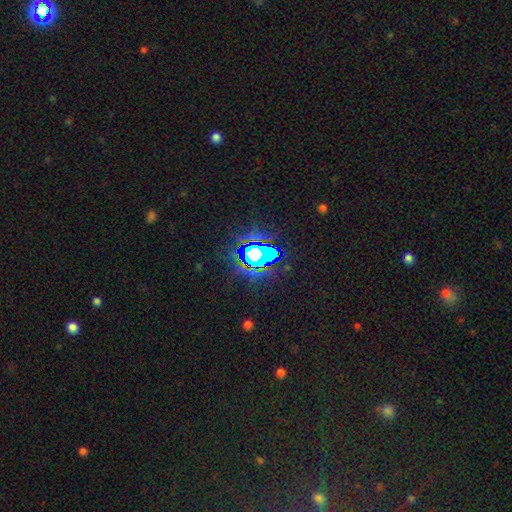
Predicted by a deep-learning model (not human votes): Morphology: type=star or artifact (71%).